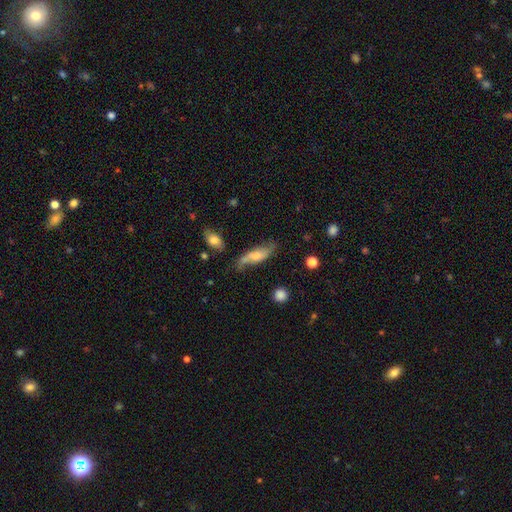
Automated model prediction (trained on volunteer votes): A featured or disk galaxy (48%).

Vote fractions:
- Smooth or featured? featured or disk: 48% / smooth: 44% / star or artifact: 8%
- Merging? none: 51% / minor disturbance: 27% / major disturbance: 13% / merger: 9%